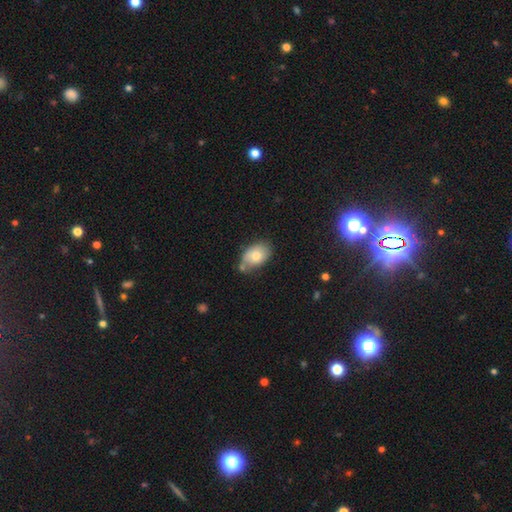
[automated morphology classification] Smooth or featured? smooth (75%)
How rounded? in between (86%)
Merging? none (51%)